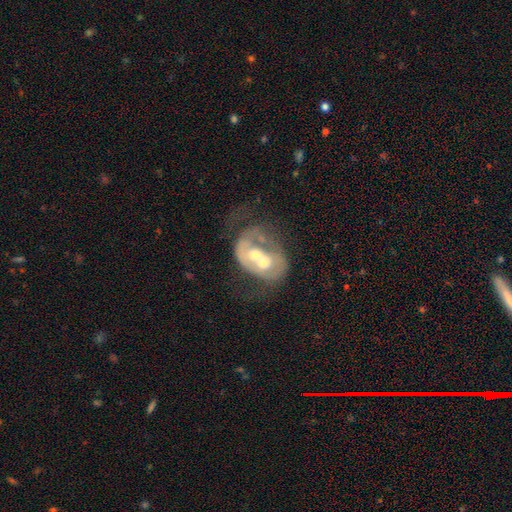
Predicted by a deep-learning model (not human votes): featured or disk 71%, smooth 22%, star or artifact 6%. Down the decision tree: edge-on disk — no (97%); bar — no (77%); spiral arms — no (50%, tied with yes); bulge size — moderate (68%); merging — merger (69%).